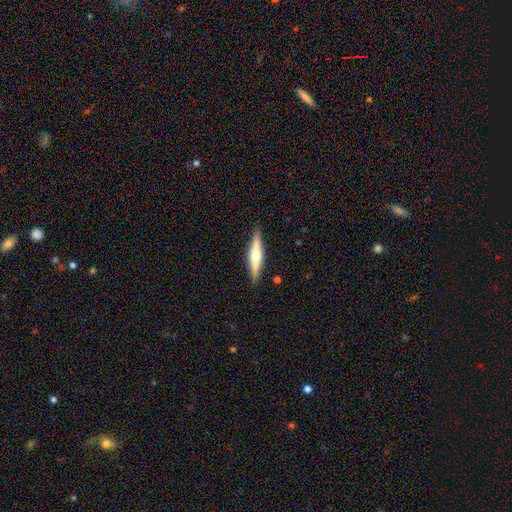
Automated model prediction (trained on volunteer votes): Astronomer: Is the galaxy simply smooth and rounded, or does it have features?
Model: featured or disk — 59% (runner-up: smooth, 35%).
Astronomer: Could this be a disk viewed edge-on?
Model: yes — 96%.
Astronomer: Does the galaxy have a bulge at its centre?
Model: rounded — 88%.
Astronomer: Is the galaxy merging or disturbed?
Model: none — 89%.